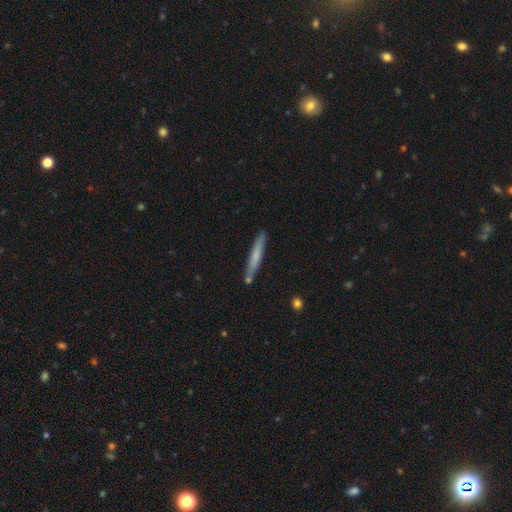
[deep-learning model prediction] smooth-or-featured: smooth: 63% | featured or disk: 31% | star or artifact: 6%
  how-rounded: cigar-shaped: 95% | in between: 4% | round: 1%
  merging: none: 82% | minor disturbance: 11% | merger: 5% | major disturbance: 2%